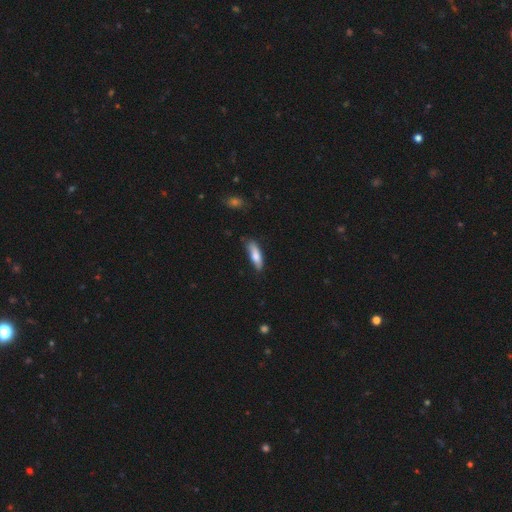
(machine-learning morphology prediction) smooth-or-featured: smooth: 77% | featured or disk: 17% | star or artifact: 6%
  how-rounded: cigar-shaped: 55% | in between: 44% | round: 2%
  merging: none: 67% | minor disturbance: 25% | major disturbance: 5% | merger: 2%